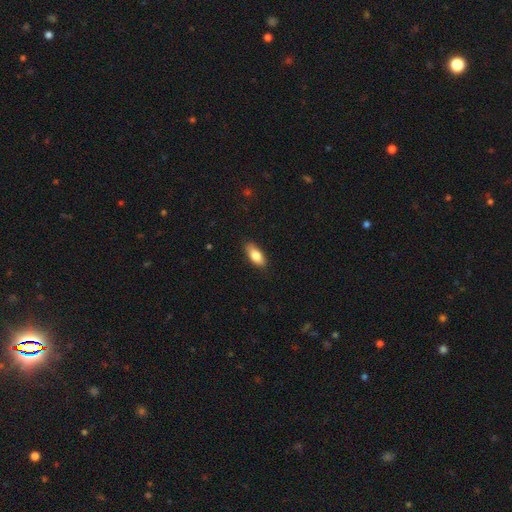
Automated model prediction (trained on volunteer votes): smooth_or_featured: smooth (p=0.80) [alt: featured or disk p=0.13]
how_rounded: in between (p=0.83) [alt: cigar-shaped p=0.14]
merging: none (p=0.86) [alt: minor disturbance p=0.11]